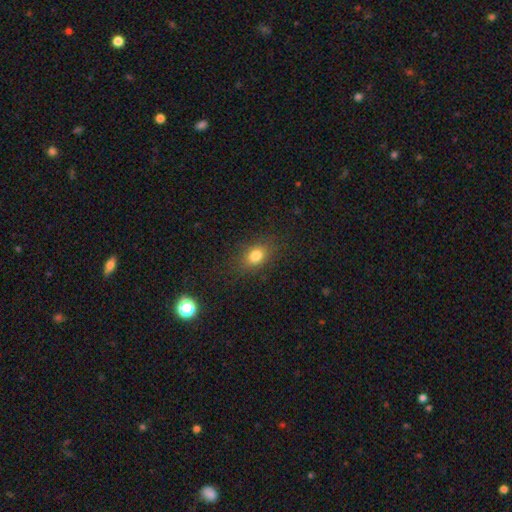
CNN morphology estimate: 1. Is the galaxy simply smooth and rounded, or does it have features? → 80% smooth, 12% star or artifact, 8% featured or disk.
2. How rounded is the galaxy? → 69% in between, 29% round, 2% cigar-shaped.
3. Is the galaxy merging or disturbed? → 83% none, 12% minor disturbance, 4% major disturbance, 1% merger.